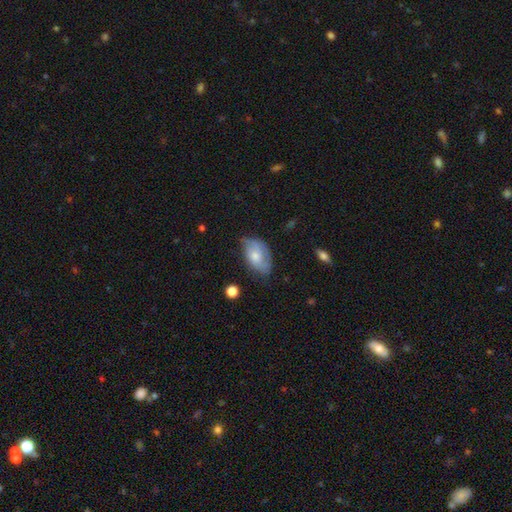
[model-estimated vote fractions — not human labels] A smooth galaxy with no disk features (53%) that is in between round and cigar-shaped (90%). Merging: none (51%).